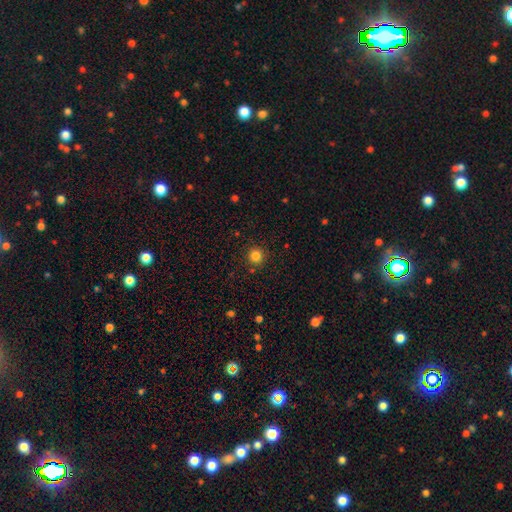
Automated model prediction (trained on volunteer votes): Smooth or featured? Predicted: smooth (p=0.83). How rounded? Predicted: round (p=0.94). Merging? Predicted: none (p=0.90).